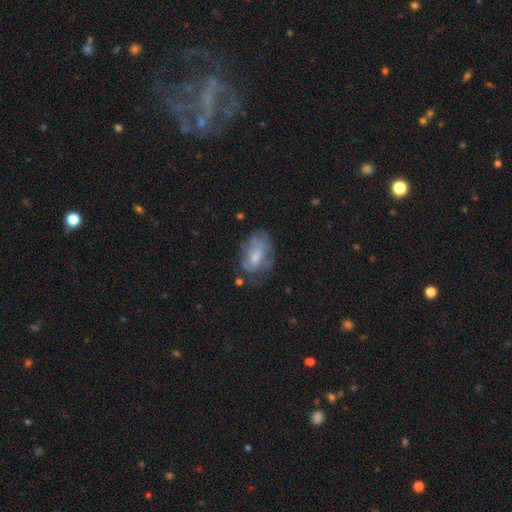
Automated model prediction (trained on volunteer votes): Overall: featured or disk (47%; smooth 44%). Merging: none (48%; minor disturbance 28%).